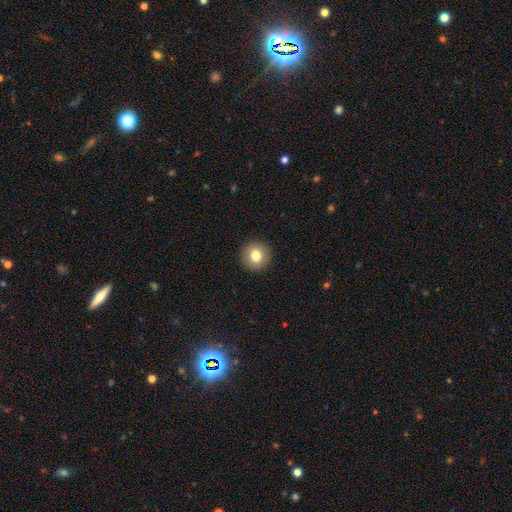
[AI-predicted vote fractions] Smooth or featured? smooth (80%)
How rounded? round (94%)
Merging? none (92%)